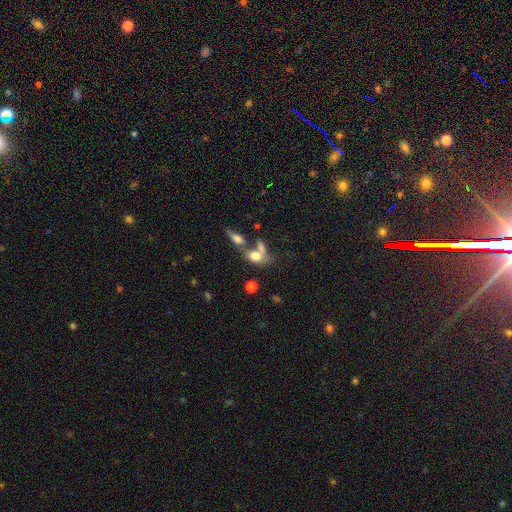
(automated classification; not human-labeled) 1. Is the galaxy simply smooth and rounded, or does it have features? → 71% smooth, 19% featured or disk, 10% star or artifact.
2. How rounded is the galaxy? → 78% in between, 17% round, 5% cigar-shaped.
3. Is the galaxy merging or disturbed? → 47% merger, 32% none, 12% minor disturbance, 9% major disturbance.